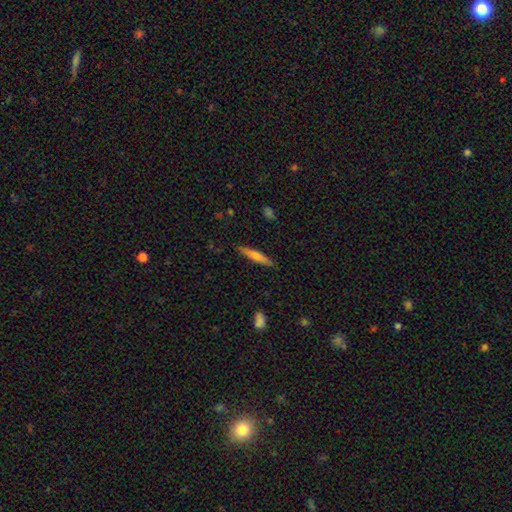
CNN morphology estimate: A smooth galaxy with no disk features (47%). Merging: none (89%).